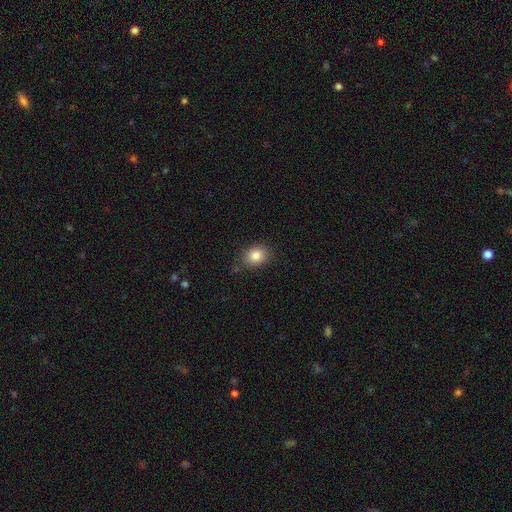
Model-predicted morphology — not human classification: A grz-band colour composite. It shows a smooth galaxy with no disk features (84%) that is in between round and cigar-shaped (50%, tied with round). Merging: none (83%).